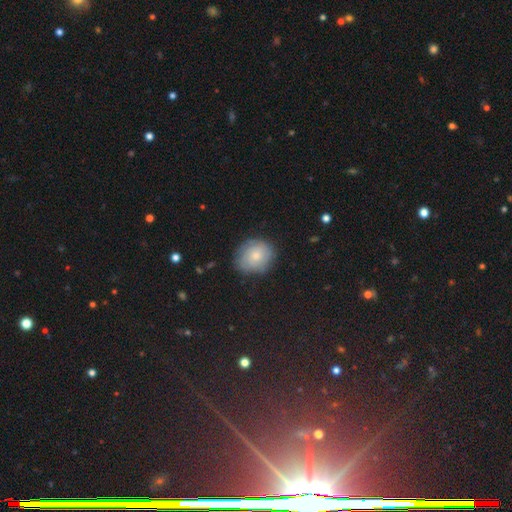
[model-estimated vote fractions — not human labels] A smooth galaxy with no disk features (52%) that is round (63%).

Vote fractions:
- Smooth or featured? smooth: 52% / featured or disk: 39% / star or artifact: 9%
- How rounded? round: 63% / in between: 36% / cigar-shaped: 1%
- Merging? none: 74% / minor disturbance: 19% / major disturbance: 5% / merger: 1%